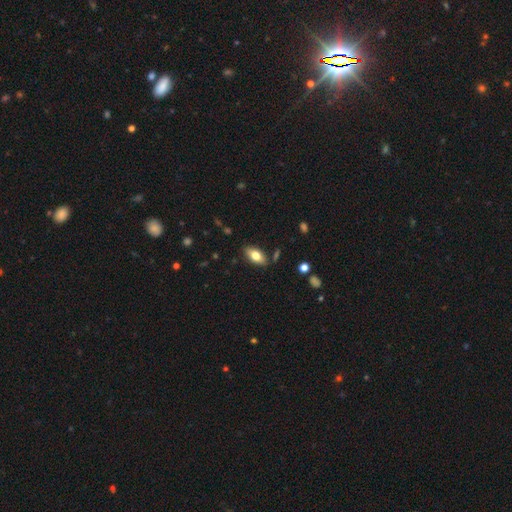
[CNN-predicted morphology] A smooth galaxy with no disk features (74%) that is in between round and cigar-shaped (89%).

Vote fractions:
- Smooth or featured? smooth: 74% / featured or disk: 19% / star or artifact: 7%
- How rounded? in between: 89% / cigar-shaped: 8% / round: 3%
- Merging? none: 83% / minor disturbance: 12% / merger: 3% / major disturbance: 2%